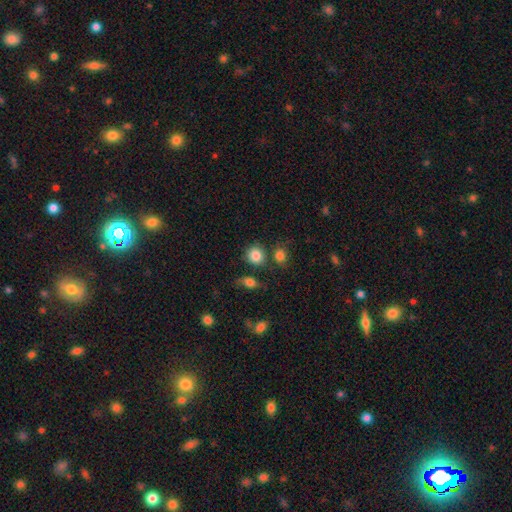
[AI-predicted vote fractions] smooth-or-featured: smooth: 84% | star or artifact: 10% | featured or disk: 5%
  how-rounded: round: 85% | in between: 14% | cigar-shaped: 1%
  merging: none: 74% | merger: 11% | minor disturbance: 11% | major disturbance: 4%